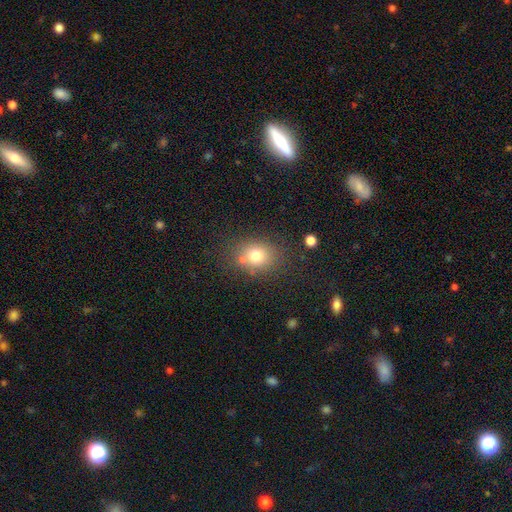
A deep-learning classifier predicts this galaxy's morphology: Smooth or featured: smooth — 75% (star or artifact — 13%)
How rounded: round — 58% (in between — 41%)
Merging: none — 71% (minor disturbance — 13%)